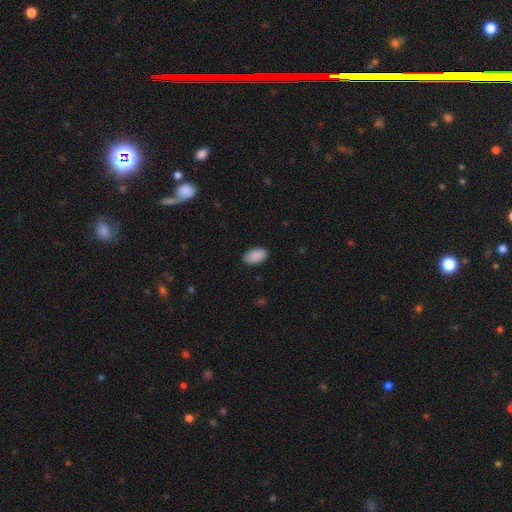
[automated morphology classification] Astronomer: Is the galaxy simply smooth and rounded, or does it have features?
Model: smooth — 91%.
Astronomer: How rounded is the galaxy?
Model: in between — 95%.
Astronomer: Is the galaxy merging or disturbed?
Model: none — 88%.